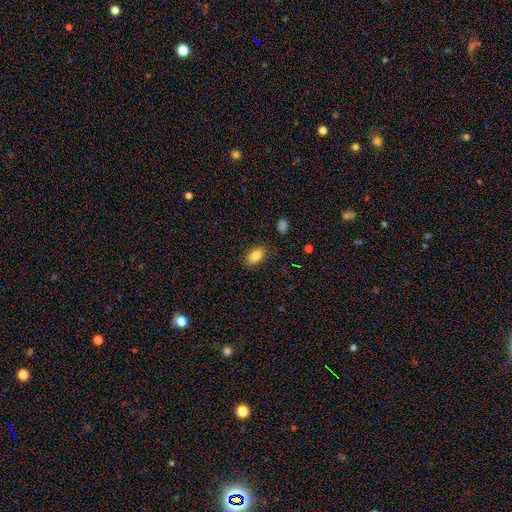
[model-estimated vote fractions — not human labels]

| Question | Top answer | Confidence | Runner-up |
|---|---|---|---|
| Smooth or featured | smooth | 84% | star or artifact (8%) |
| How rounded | in between | 91% | round (6%) |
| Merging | none | 85% | minor disturbance (11%) |